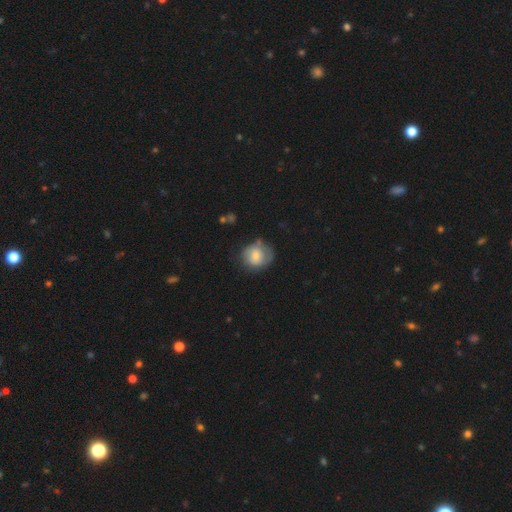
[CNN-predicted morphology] Smooth or featured? smooth (67%)
How rounded? round (73%)
Merging? none (54%)